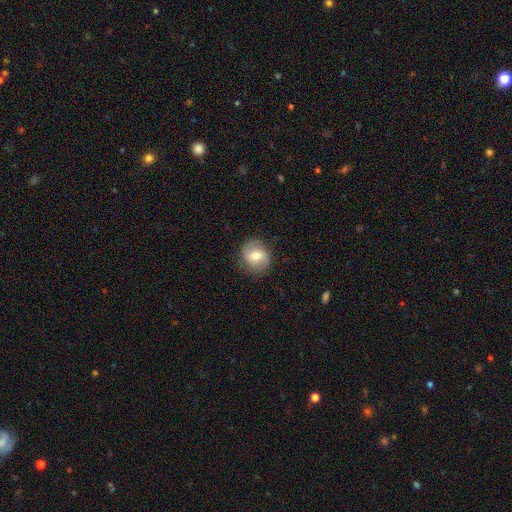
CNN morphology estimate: Overall: smooth (48%; featured or disk 44%). Merging: none (82%).